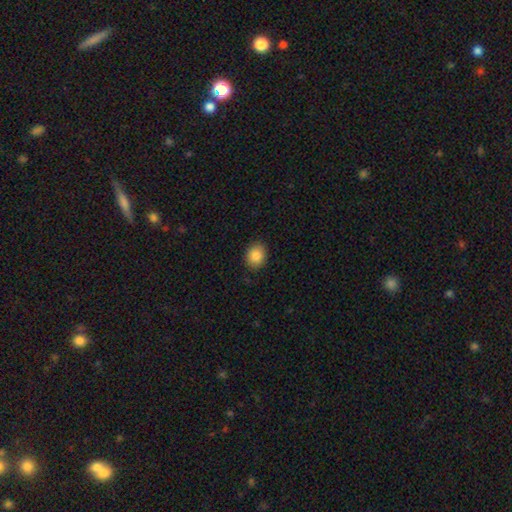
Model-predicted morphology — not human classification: smooth-or-featured: smooth: 86% | star or artifact: 8% | featured or disk: 5%
  how-rounded: round: 52% | in between: 48% | cigar-shaped: 1%
  merging: none: 87% | minor disturbance: 9% | major disturbance: 2% | merger: 1%